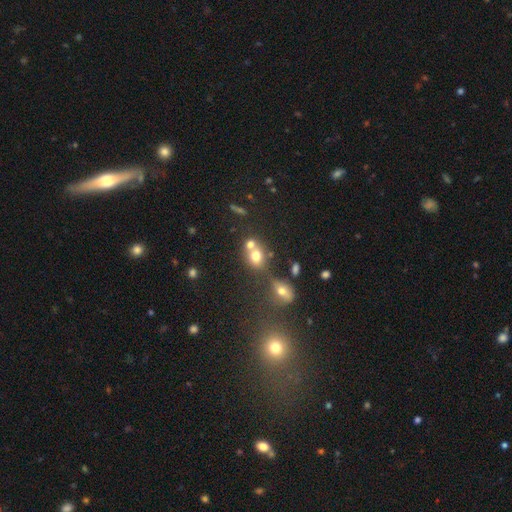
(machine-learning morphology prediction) Overall: smooth (69%). How rounded: round (60%; in between 38%). Merging: merger (46%; none 40%).